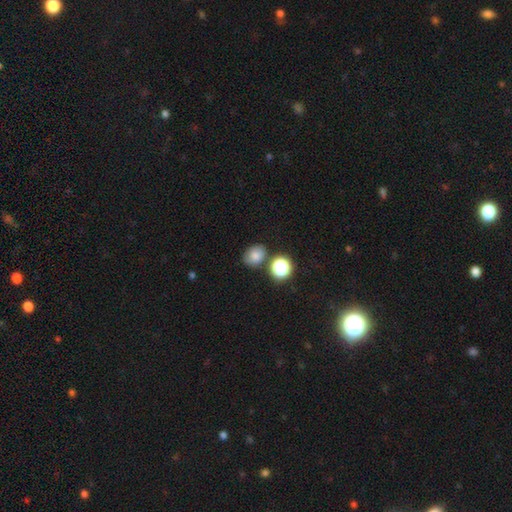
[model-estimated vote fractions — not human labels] A smooth galaxy with no disk features (77%) that is in between round and cigar-shaped (56%). Merging: none (71%).